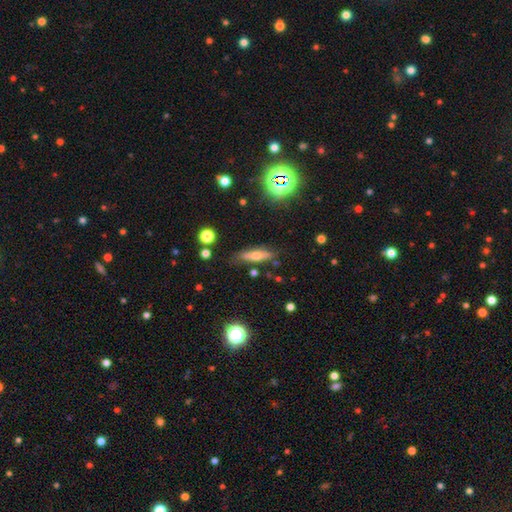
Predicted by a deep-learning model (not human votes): The model was most divided on "smooth or featured": smooth: 48%, featured or disk: 41%, star or artifact: 11%. More confident: merging — none (74%).